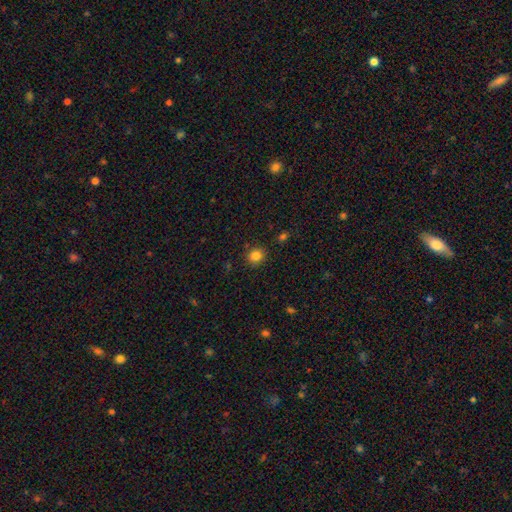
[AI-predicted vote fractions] A smooth galaxy with no disk features (84%) that is round (83%).

Vote fractions:
- Smooth or featured? smooth: 84% / star or artifact: 12% / featured or disk: 4%
- How rounded? round: 83% / in between: 16% / cigar-shaped: 1%
- Merging? none: 88% / minor disturbance: 8% / major disturbance: 2% / merger: 2%